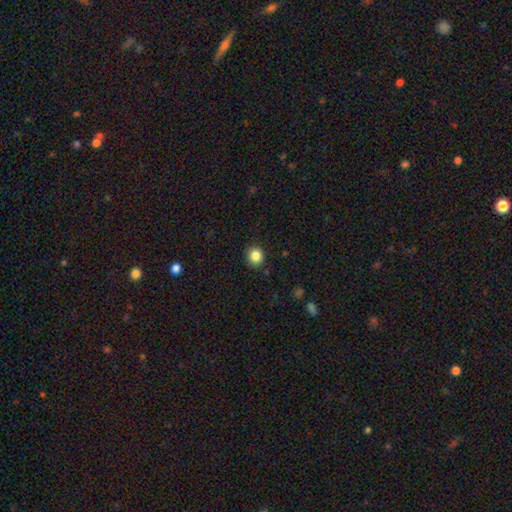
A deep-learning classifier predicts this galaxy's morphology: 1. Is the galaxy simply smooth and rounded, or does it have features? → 85% smooth, 11% star or artifact, 4% featured or disk.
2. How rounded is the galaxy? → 86% round, 13% in between, 1% cigar-shaped.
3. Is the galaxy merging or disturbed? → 89% none, 8% minor disturbance, 2% major disturbance, 1% merger.